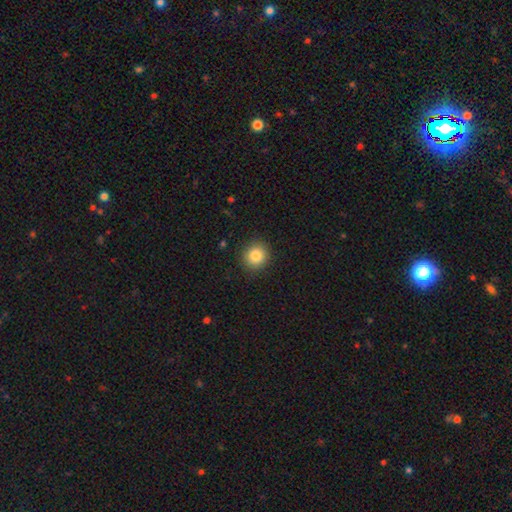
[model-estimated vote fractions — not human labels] Q: Smooth or featured?
A: smooth (84%); runner-up: star or artifact (10%)
Q: How rounded?
A: round (88%); runner-up: in between (11%)
Q: Merging?
A: none (90%); runner-up: minor disturbance (7%)